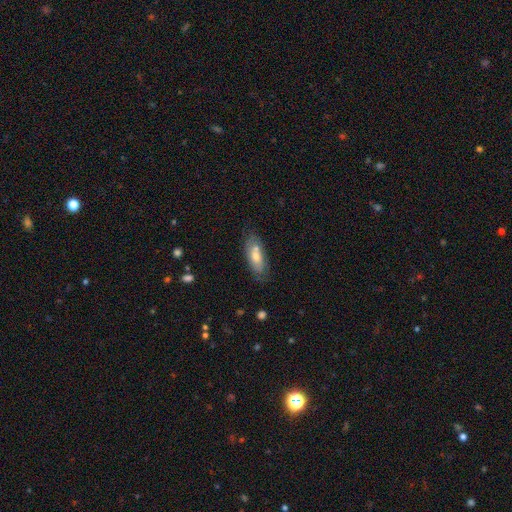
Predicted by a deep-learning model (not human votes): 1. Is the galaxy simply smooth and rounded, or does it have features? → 67% smooth, 26% featured or disk, 7% star or artifact.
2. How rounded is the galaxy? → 77% in between, 21% cigar-shaped, 2% round.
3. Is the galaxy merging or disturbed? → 64% none, 20% minor disturbance, 11% merger, 5% major disturbance.